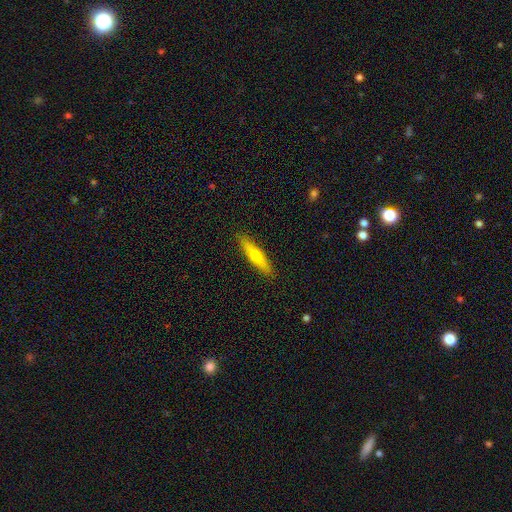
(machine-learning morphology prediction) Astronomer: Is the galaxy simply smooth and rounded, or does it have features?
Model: smooth — 52% (runner-up: featured or disk, 42%).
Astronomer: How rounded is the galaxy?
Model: cigar-shaped — 83%.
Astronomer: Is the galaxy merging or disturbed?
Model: none — 90%.